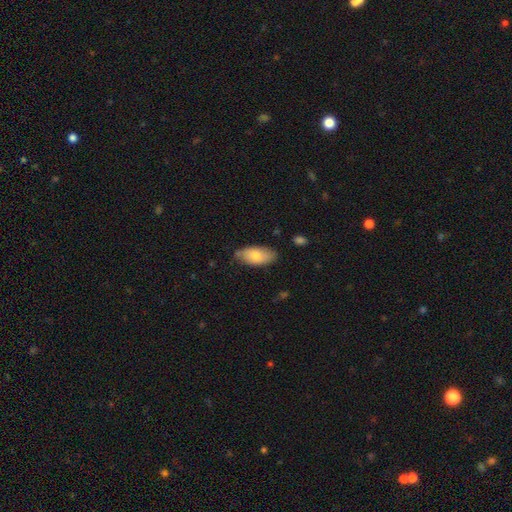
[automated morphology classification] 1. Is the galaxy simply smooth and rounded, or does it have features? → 77% smooth, 17% featured or disk, 6% star or artifact.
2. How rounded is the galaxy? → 93% in between, 5% cigar-shaped, 3% round.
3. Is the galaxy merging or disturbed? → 72% none, 22% minor disturbance, 3% major disturbance, 2% merger.